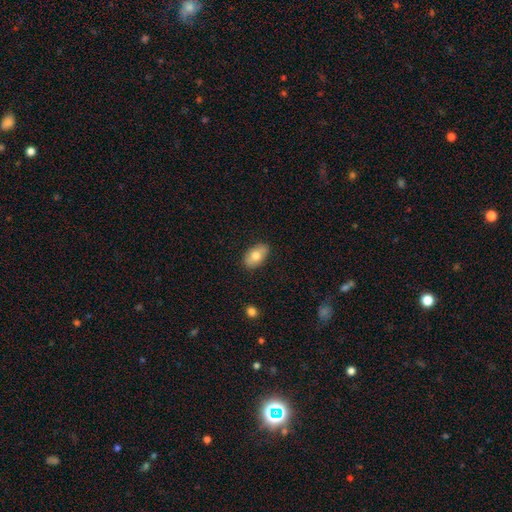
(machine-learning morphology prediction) This appears to be a smooth galaxy with no disk features (76%) that is in between round and cigar-shaped (92%). Merging: none (84%).